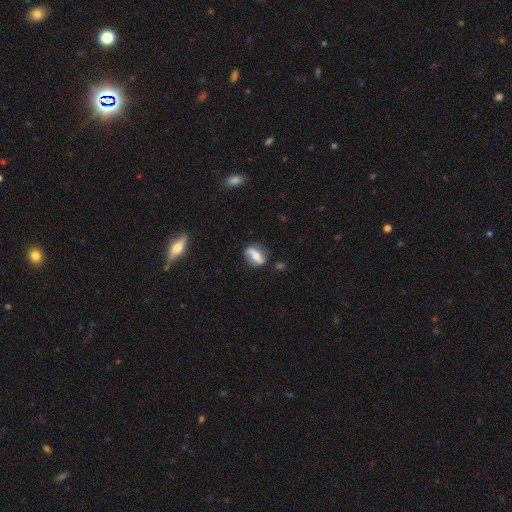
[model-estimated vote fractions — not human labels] Smooth or featured: featured or disk — 48% (smooth — 44%)
Merging: none — 71% (minor disturbance — 20%)